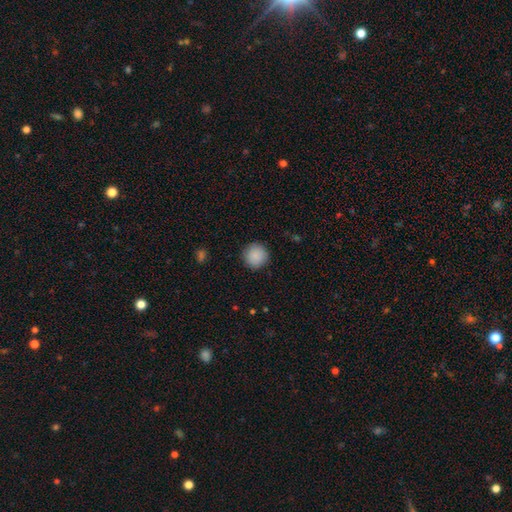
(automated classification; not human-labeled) smooth_or_featured: smooth (p=0.89) [alt: star or artifact p=0.08]
how_rounded: round (p=0.95) [alt: in between p=0.04]
merging: none (p=0.91) [alt: minor disturbance p=0.06]